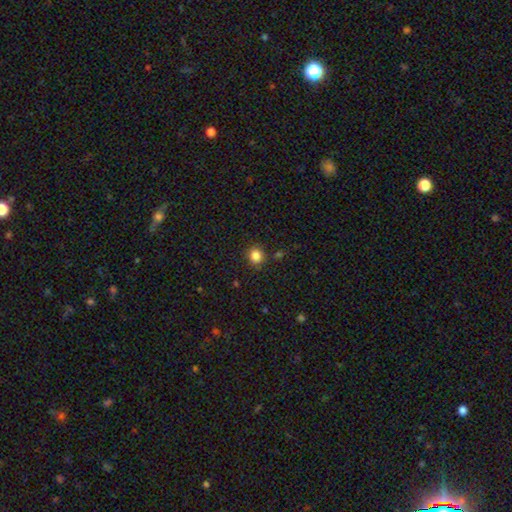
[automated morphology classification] Smooth or featured: smooth — 84% (star or artifact — 12%)
How rounded: round — 79% (in between — 20%)
Merging: none — 86% (minor disturbance — 9%)